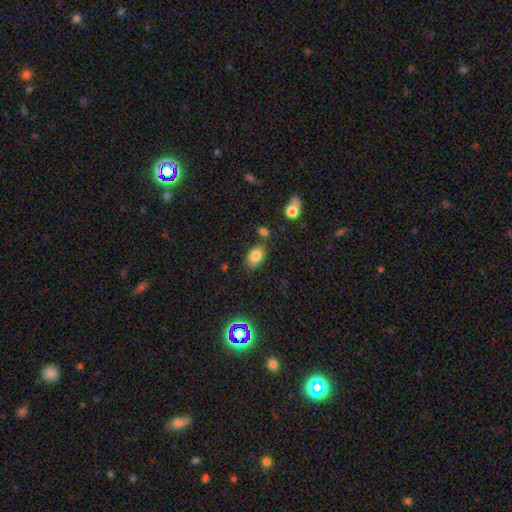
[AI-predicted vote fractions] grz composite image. It shows a smooth galaxy with no disk features (81%) that is in between round and cigar-shaped (85%). Merging: none (74%).